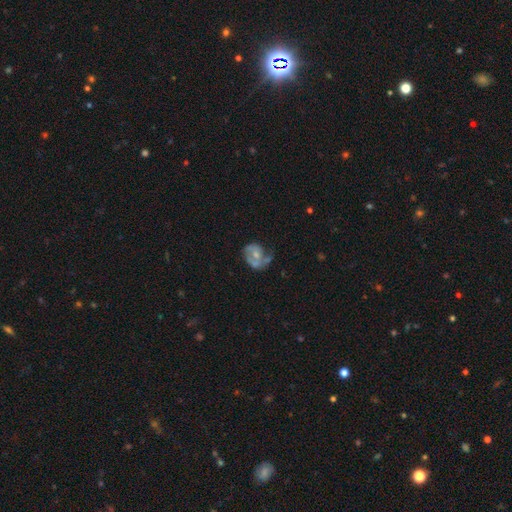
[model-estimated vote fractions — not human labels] The model was most divided on "merging": none: 35%, major disturbance: 28%, minor disturbance: 26%, merger: 11%. Remaining: edge-on disk — no (98%); bar — no (73%); smooth or featured — featured or disk (61%); spiral arms — yes (58%); bulge size — moderate (47%).